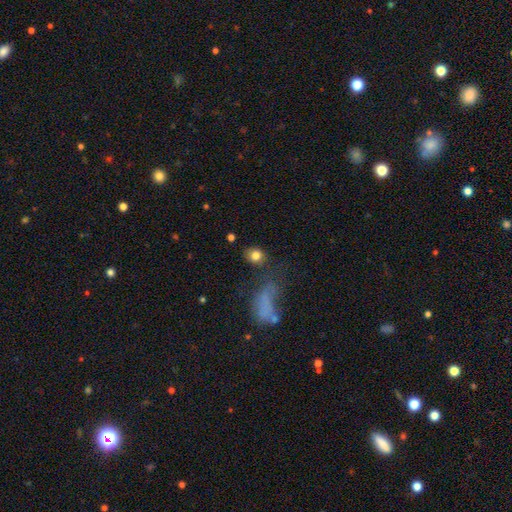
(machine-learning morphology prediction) smooth_or_featured: smooth (p=0.81) [alt: star or artifact p=0.11]
how_rounded: round (p=0.74) [alt: in between p=0.24]
merging: none (p=0.70) [alt: minor disturbance p=0.13]